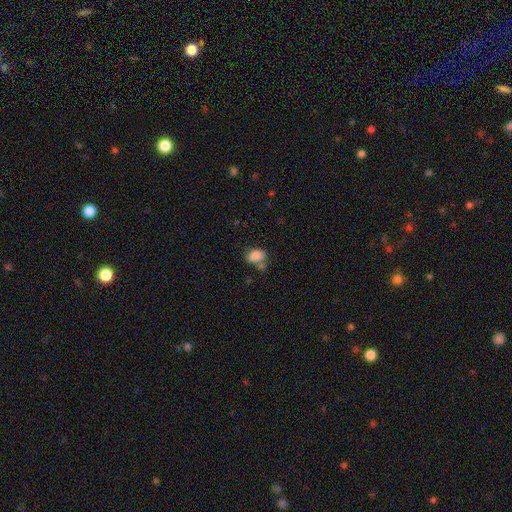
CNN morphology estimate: Smooth or featured? Predicted: smooth (p=0.86). How rounded? Predicted: in between (p=0.81). Merging? Predicted: none (p=0.54).